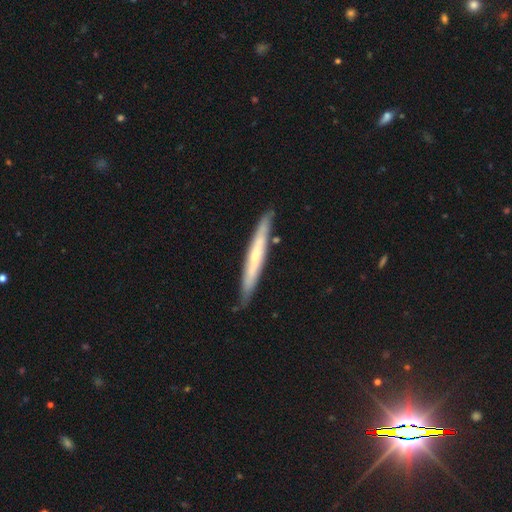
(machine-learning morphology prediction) smooth-or-featured: featured or disk: 56% | smooth: 39% | star or artifact: 5%
  disk-edge-on: yes: 88% | no: 12%
  merging: none: 82% | minor disturbance: 14% | major disturbance: 2% | merger: 2%